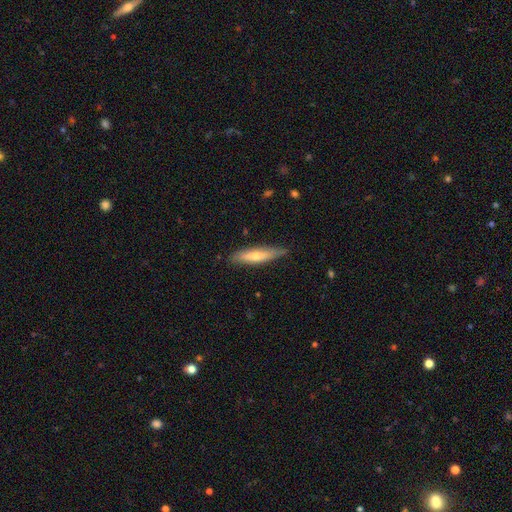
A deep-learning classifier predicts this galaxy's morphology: Smooth or featured: smooth — 53% (featured or disk — 40%)
How rounded: cigar-shaped — 86% (in between — 12%)
Merging: none — 84% (minor disturbance — 13%)